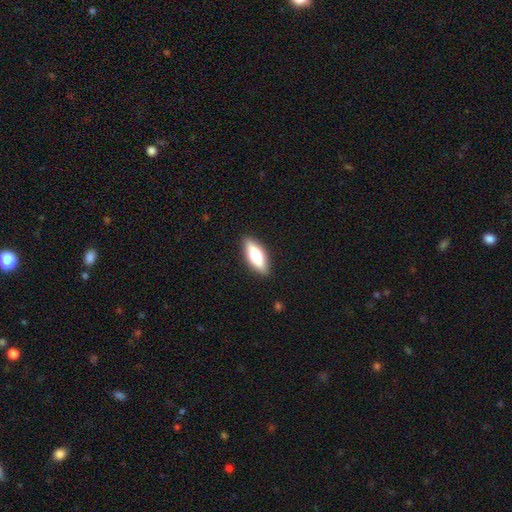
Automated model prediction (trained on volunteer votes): This appears to be a smooth galaxy with no disk features (67%) that is in between round and cigar-shaped (66%). Merging: none (88%).